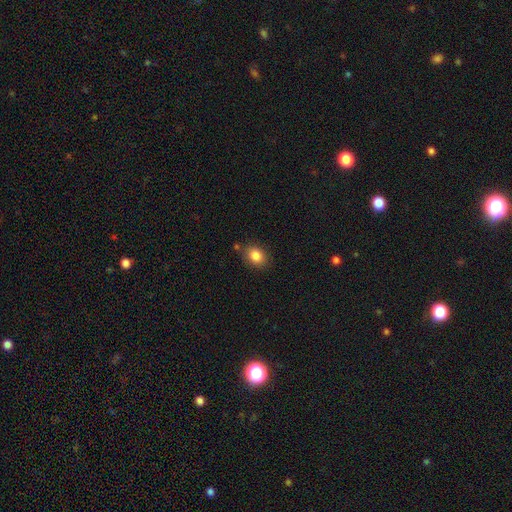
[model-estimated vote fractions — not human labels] Morphology: type=smooth (85%); roundness=in between (62%); merging=none (80%).